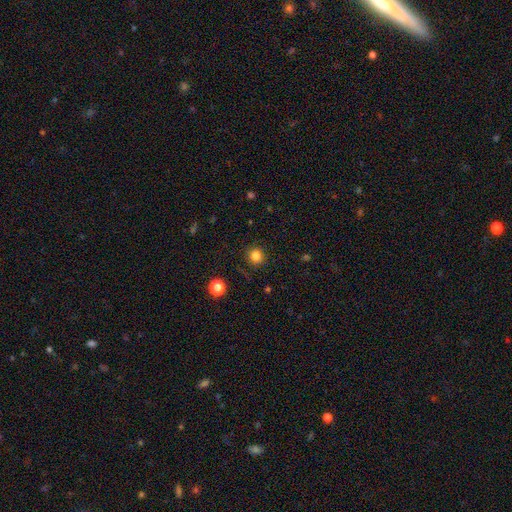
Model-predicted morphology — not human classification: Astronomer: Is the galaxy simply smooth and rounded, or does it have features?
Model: smooth — 83%.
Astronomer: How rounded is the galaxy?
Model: round — 91%.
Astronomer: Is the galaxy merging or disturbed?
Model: none — 89%.